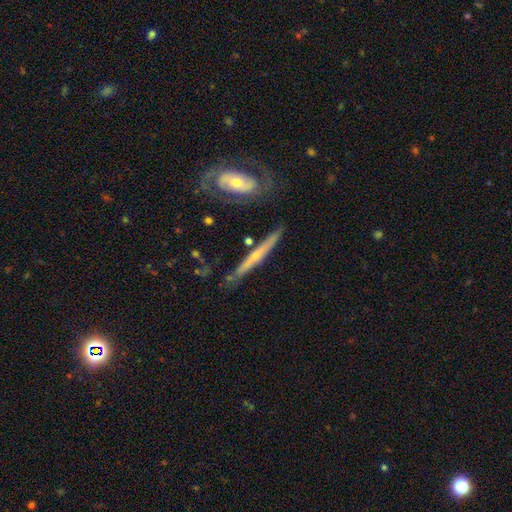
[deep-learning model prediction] smooth-or-featured: featured or disk: 62% | smooth: 32% | star or artifact: 6%
  disk-edge-on: yes: 88% | no: 12%
    edge-on-bulge: rounded: 48% | none: 47% | boxy: 5%
  merging: none: 78% | minor disturbance: 14% | merger: 5% | major disturbance: 4%